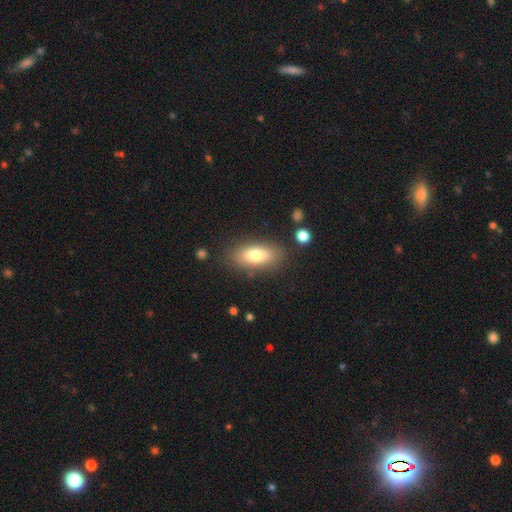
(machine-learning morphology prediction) smooth_or_featured: smooth (p=0.75) [alt: featured or disk p=0.17]
how_rounded: in between (p=0.83) [alt: cigar-shaped p=0.13]
merging: none (p=0.83) [alt: minor disturbance p=0.11]